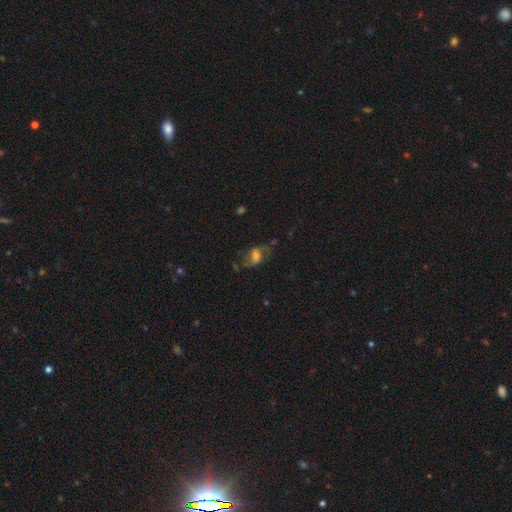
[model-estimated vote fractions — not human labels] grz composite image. It shows a smooth galaxy with no disk features (45%). Merging: none (52%).